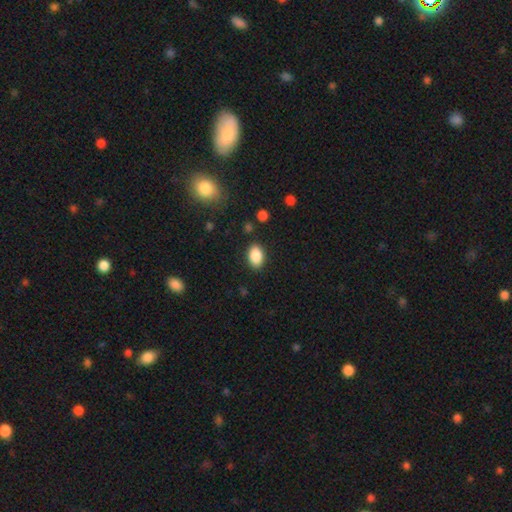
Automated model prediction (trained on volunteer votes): This is clearly a smooth galaxy (88%). How rounded: clearly in between (87%). Merging: clearly none (87%).